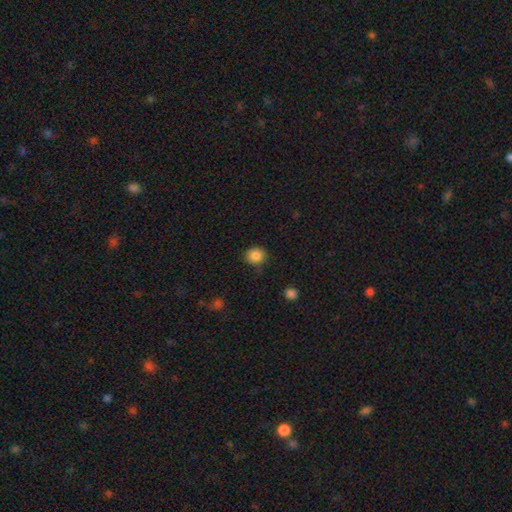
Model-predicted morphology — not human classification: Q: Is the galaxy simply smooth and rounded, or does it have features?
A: smooth — 85%.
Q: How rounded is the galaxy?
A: round — 81%.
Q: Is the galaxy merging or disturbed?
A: none — 83%.